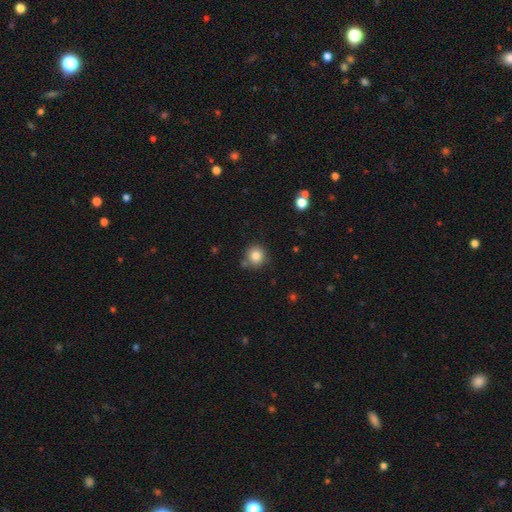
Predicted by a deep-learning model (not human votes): Smooth or featured? Predicted: smooth (p=0.83). How rounded? Predicted: round (p=0.92). Merging? Predicted: none (p=0.77).